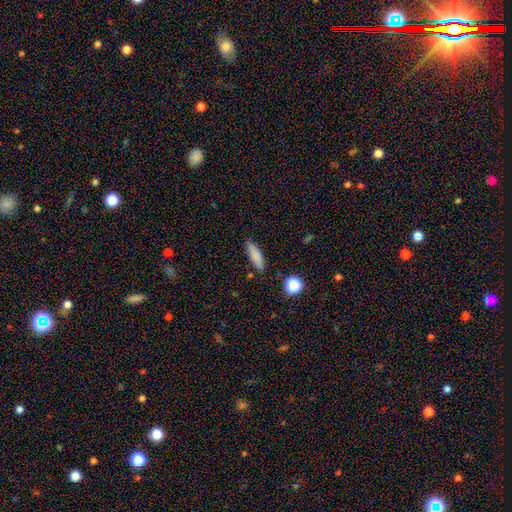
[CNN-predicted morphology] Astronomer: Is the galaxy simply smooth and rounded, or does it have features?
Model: smooth — 81%.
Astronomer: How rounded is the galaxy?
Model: cigar-shaped — 60% (runner-up: in between, 37%).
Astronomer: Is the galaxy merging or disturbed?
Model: none — 82%.